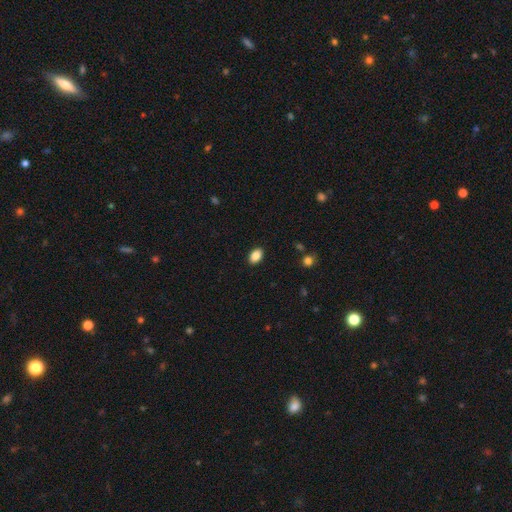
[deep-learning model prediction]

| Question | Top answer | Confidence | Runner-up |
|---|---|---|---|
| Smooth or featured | smooth | 87% | star or artifact (8%) |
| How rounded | in between | 88% | round (11%) |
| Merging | none | 89% | minor disturbance (8%) |